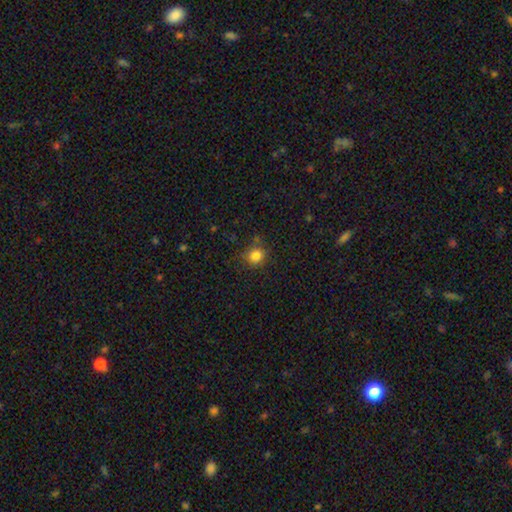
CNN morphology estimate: A smooth galaxy with no disk features (82%) that is round (82%). Merging: none (78%).